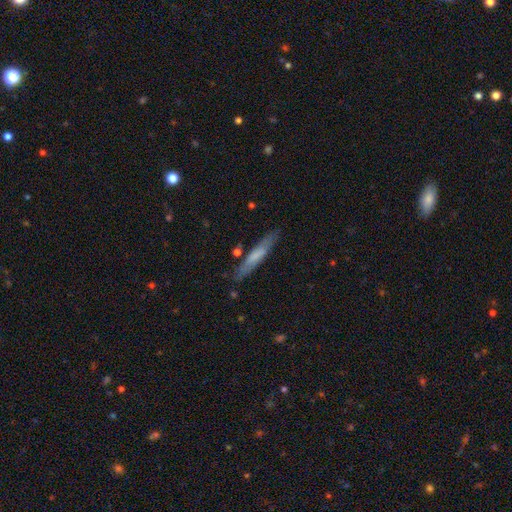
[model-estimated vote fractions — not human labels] smooth_or_featured: smooth (p=0.61) [alt: featured or disk p=0.34]
how_rounded: cigar-shaped (p=0.92) [alt: in between p=0.07]
merging: none (p=0.83) [alt: minor disturbance p=0.12]